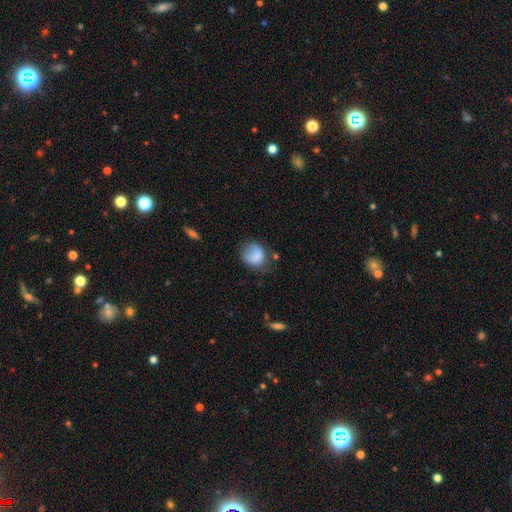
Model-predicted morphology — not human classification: A smooth galaxy with no disk features (80%) that is round (65%).

Vote fractions:
- Smooth or featured? smooth: 80% / featured or disk: 12% / star or artifact: 8%
- How rounded? round: 65% / in between: 34% / cigar-shaped: 1%
- Merging? none: 48% / minor disturbance: 31% / major disturbance: 18% / merger: 3%